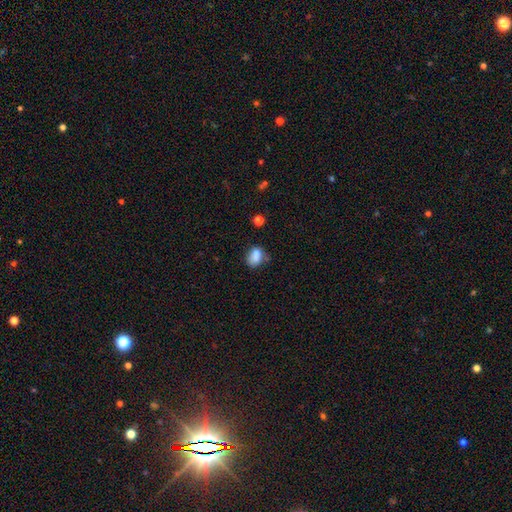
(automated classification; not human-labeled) The model was most divided on "merging": none: 52%, minor disturbance: 28%, merger: 11%, major disturbance: 9%. More confident: smooth or featured — smooth (82%); how rounded — in between (70%).